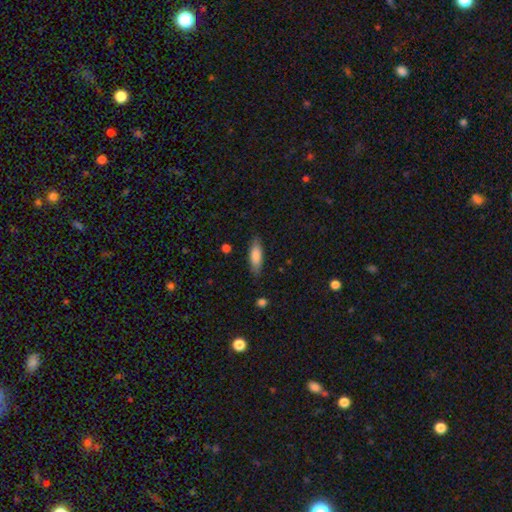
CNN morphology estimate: type=smooth (82%); roundness=in between (58%); merging=none (82%).